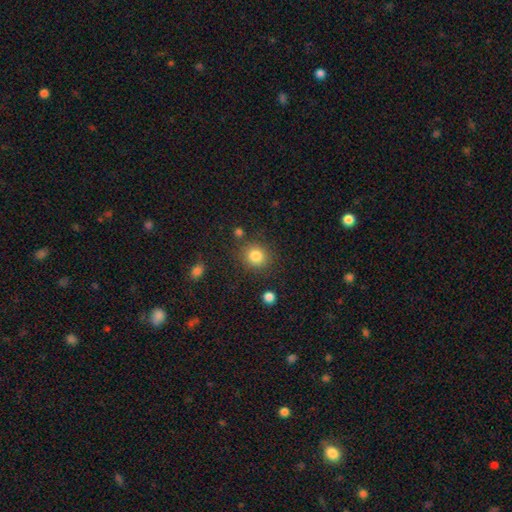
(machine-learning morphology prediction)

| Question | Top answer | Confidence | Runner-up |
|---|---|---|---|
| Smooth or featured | smooth | 83% | star or artifact (11%) |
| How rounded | round | 84% | in between (15%) |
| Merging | none | 84% | minor disturbance (9%) |